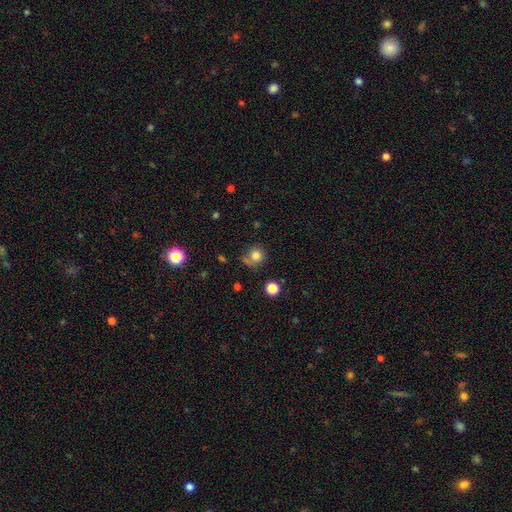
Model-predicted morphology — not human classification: smooth-or-featured: smooth: 80% | star or artifact: 13% | featured or disk: 8%
  how-rounded: round: 89% | in between: 10% | cigar-shaped: 1%
  merging: none: 65% | minor disturbance: 19% | merger: 9% | major disturbance: 8%